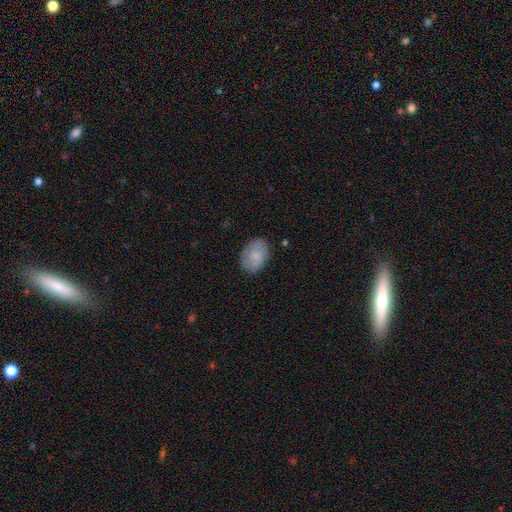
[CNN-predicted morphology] Q: Smooth or featured?
A: smooth (77%); runner-up: featured or disk (17%)
Q: How rounded?
A: in between (78%); runner-up: round (21%)
Q: Merging?
A: none (79%); runner-up: minor disturbance (16%)